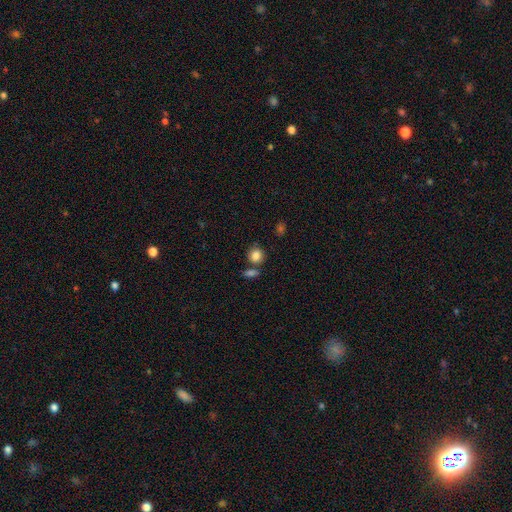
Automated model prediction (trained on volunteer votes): Smooth or featured?
  - smooth: 85% *
  - star or artifact: 9%
  - featured or disk: 6%
How rounded?
  - round: 72% *
  - in between: 26%
  - cigar-shaped: 1%
Merging?
  - none: 65% *
  - merger: 19%
  - minor disturbance: 12%
  - major disturbance: 4%